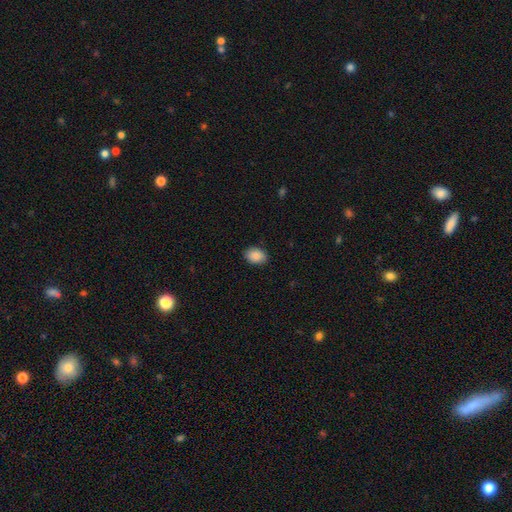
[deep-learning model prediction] The model was most divided on "how rounded": in between: 74%, round: 25%, cigar-shaped: 1%. More confident: smooth or featured — smooth (89%); merging — none (87%).